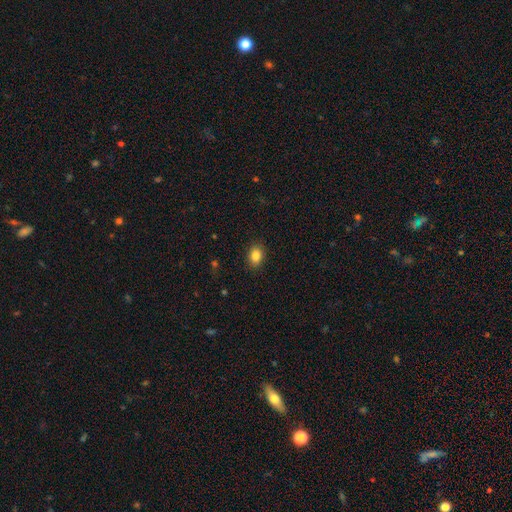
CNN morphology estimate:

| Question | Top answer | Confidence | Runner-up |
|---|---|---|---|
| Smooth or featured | smooth | 85% | star or artifact (9%) |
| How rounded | in between | 71% | round (27%) |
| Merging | none | 88% | minor disturbance (9%) |